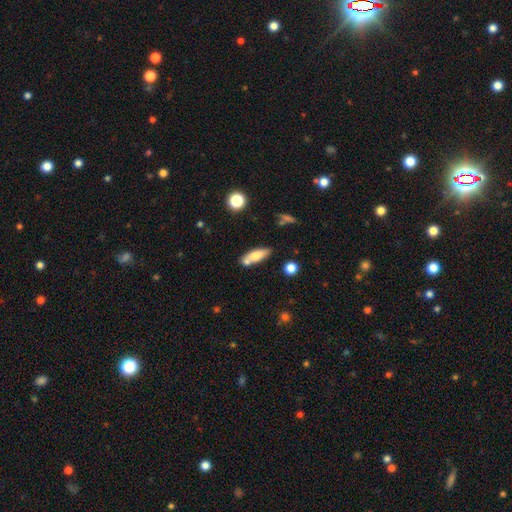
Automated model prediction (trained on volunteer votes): Overall: smooth (71%). How rounded: in between (54%; cigar-shaped 43%). Merging: none (59%; merger 22%).